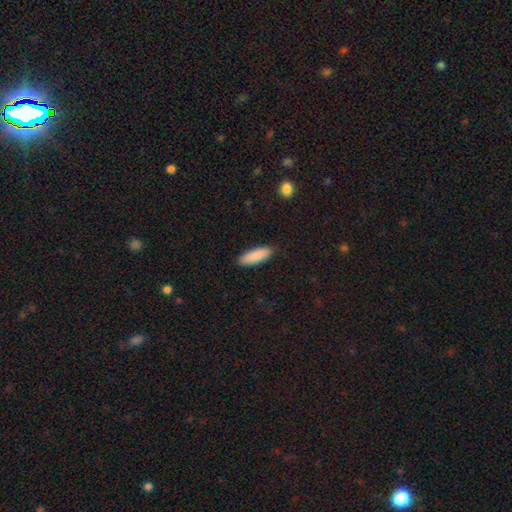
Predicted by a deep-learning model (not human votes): smooth-or-featured: smooth: 89% | star or artifact: 6% | featured or disk: 5%
  how-rounded: in between: 59% | cigar-shaped: 40% | round: 1%
  merging: none: 88% | minor disturbance: 9% | major disturbance: 2% | merger: 1%